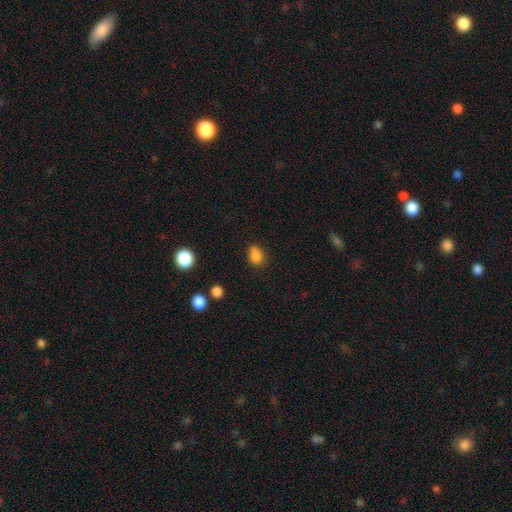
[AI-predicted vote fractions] This is clearly a smooth galaxy (83%). How rounded: likely in between (65%). Merging: likely none (65%).